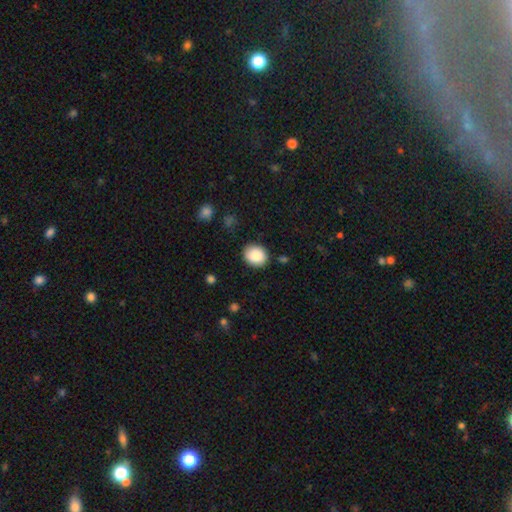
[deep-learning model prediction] The model was most divided on "how rounded": round: 66%, in between: 33%, cigar-shaped: 1%. More confident: smooth or featured — smooth (88%); merging — none (86%).